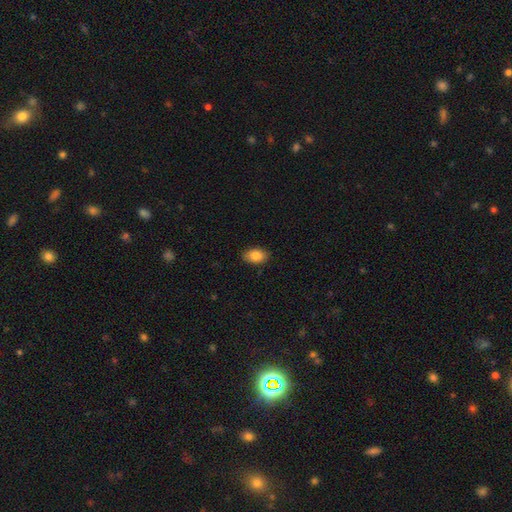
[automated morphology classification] smooth-or-featured: smooth: 85% | star or artifact: 8% | featured or disk: 7%
  how-rounded: in between: 88% | round: 10% | cigar-shaped: 1%
  merging: none: 88% | minor disturbance: 9% | major disturbance: 2% | merger: 1%